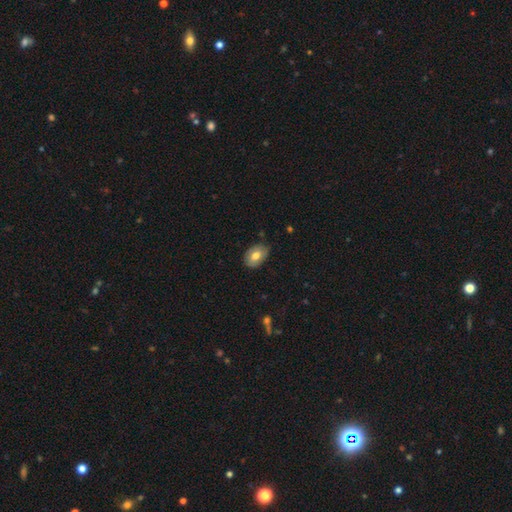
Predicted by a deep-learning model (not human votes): This is likely a smooth galaxy (69%). How rounded: clearly in between (86%). Merging: likely none (78%).